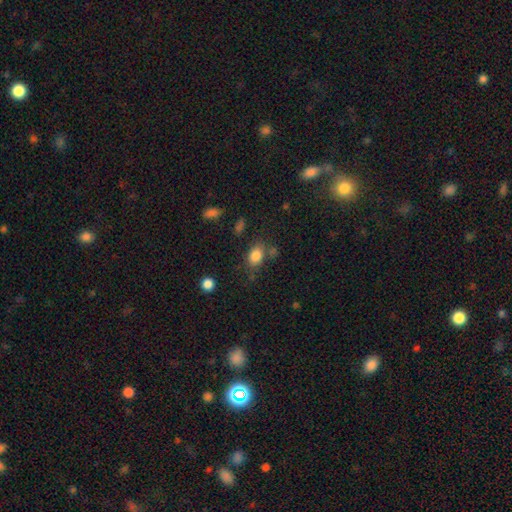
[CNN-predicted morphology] Smooth or featured? smooth (83%)
How rounded? in between (71%)
Merging? none (67%)